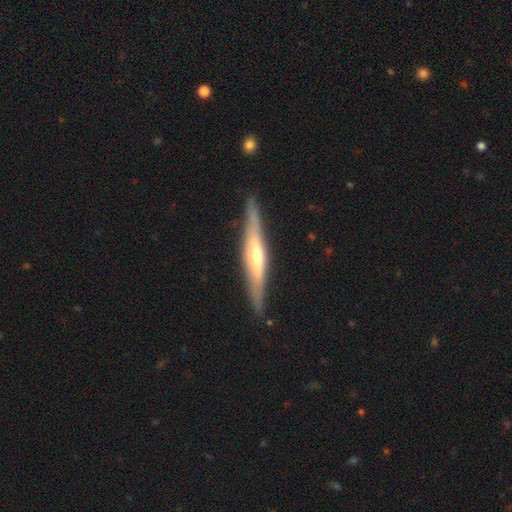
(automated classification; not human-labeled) Smooth or featured? Predicted: featured or disk (p=0.72). Edge-on disk? Predicted: yes (p=0.95). Edge-on bulge? Predicted: rounded (p=0.68). Merging? Predicted: none (p=0.88).